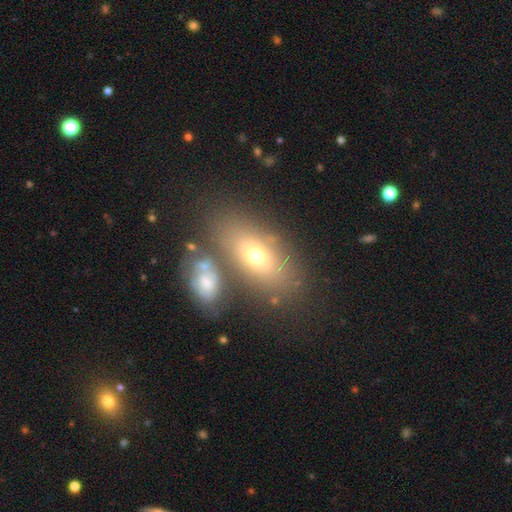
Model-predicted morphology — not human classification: type=smooth (61%); roundness=in between (82%); merging=none (61%).